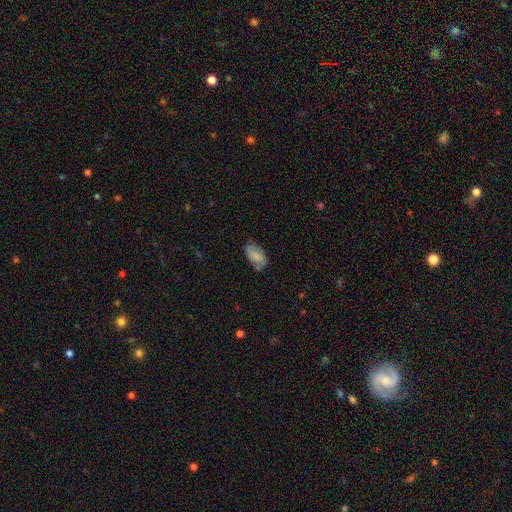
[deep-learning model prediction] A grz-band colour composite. It shows a smooth galaxy with no disk features (78%) that is in between round and cigar-shaped (93%). Merging: none (61%).